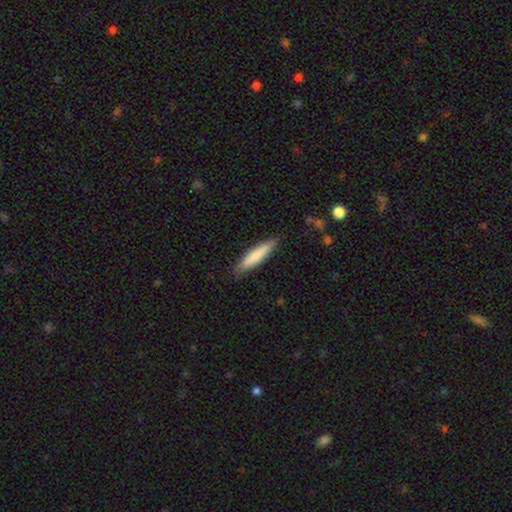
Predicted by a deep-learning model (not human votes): smooth-or-featured: smooth: 79% | featured or disk: 16% | star or artifact: 5%
  how-rounded: cigar-shaped: 87% | in between: 12% | round: 1%
  merging: none: 87% | minor disturbance: 10% | major disturbance: 2% | merger: 1%